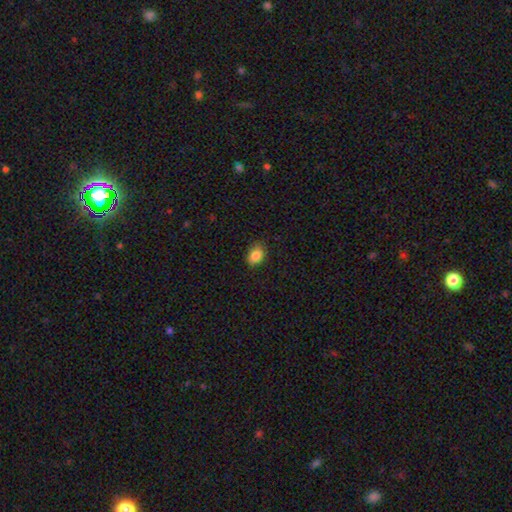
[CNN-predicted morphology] Overall: smooth (86%). How rounded: in between (69%; round 30%). Merging: none (82%).